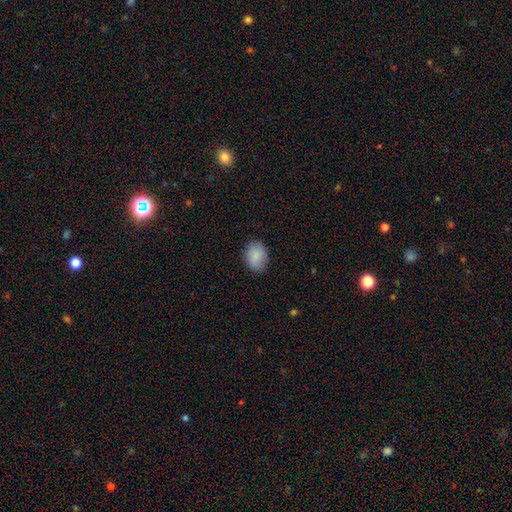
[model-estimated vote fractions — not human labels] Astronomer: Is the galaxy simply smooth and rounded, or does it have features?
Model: smooth — 86%.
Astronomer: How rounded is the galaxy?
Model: in between — 70%.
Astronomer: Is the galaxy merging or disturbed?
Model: none — 82%.